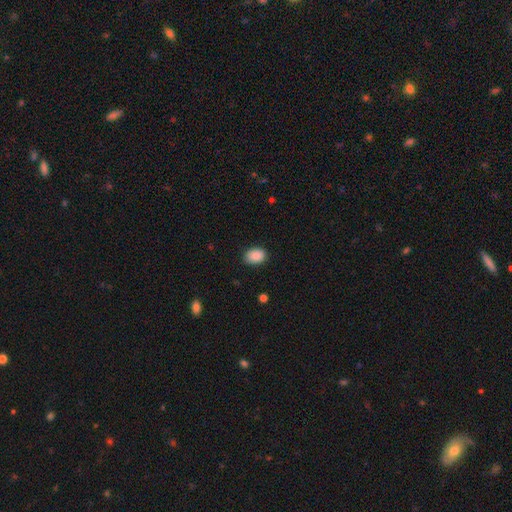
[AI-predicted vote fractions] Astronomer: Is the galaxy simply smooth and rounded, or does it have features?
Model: smooth — 89%.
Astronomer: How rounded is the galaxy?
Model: in between — 76%.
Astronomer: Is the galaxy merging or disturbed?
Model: none — 86%.